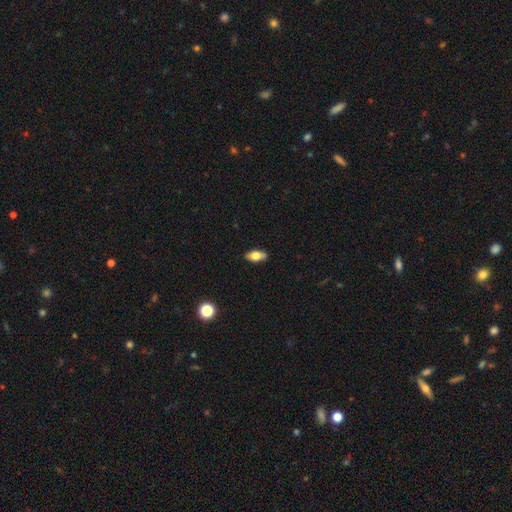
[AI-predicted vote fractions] Smooth or featured? smooth (74%)
How rounded? in between (88%)
Merging? none (87%)